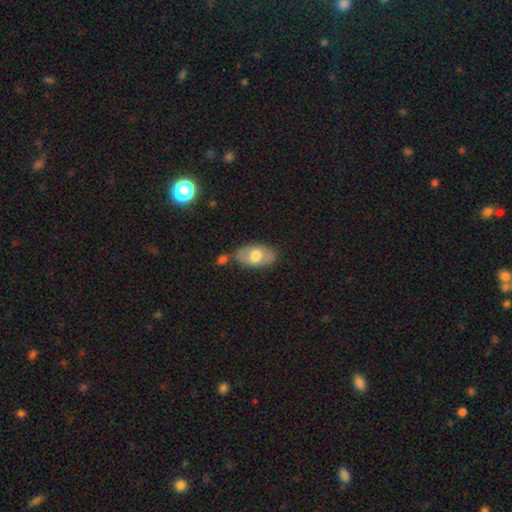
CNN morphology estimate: A smooth galaxy with no disk features (58%) that is in between round and cigar-shaped (91%).

Vote fractions:
- Smooth or featured? smooth: 58% / featured or disk: 36% / star or artifact: 6%
- How rounded? in between: 91% / round: 7% / cigar-shaped: 2%
- Merging? none: 64% / minor disturbance: 18% / merger: 13% / major disturbance: 5%